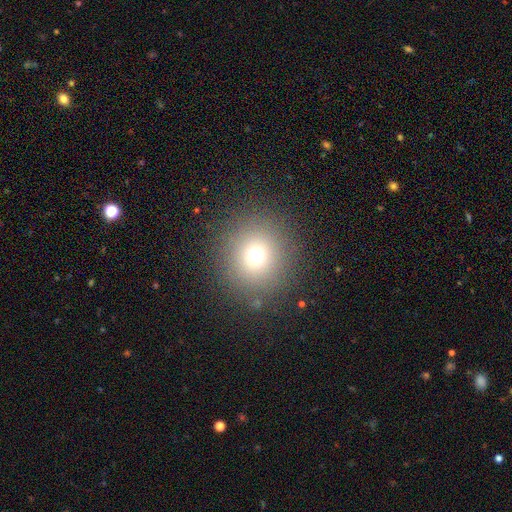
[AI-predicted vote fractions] Q: Smooth or featured?
A: smooth (70%); runner-up: star or artifact (20%)
Q: How rounded?
A: round (92%); runner-up: in between (7%)
Q: Merging?
A: none (87%); runner-up: minor disturbance (7%)